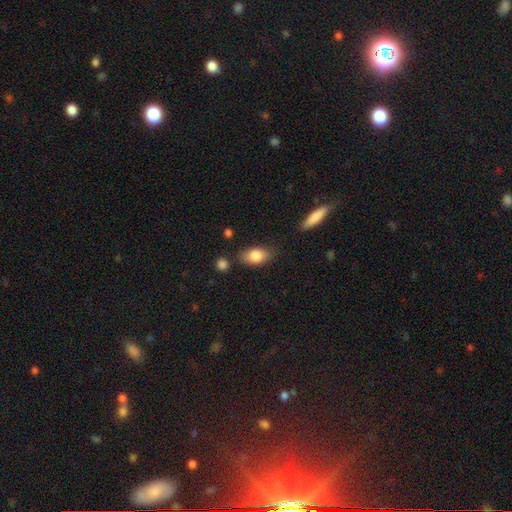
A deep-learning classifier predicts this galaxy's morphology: smooth 80%, featured or disk 13%, star or artifact 7%. Down the decision tree: how rounded — in between (87%); merging — none (75%).